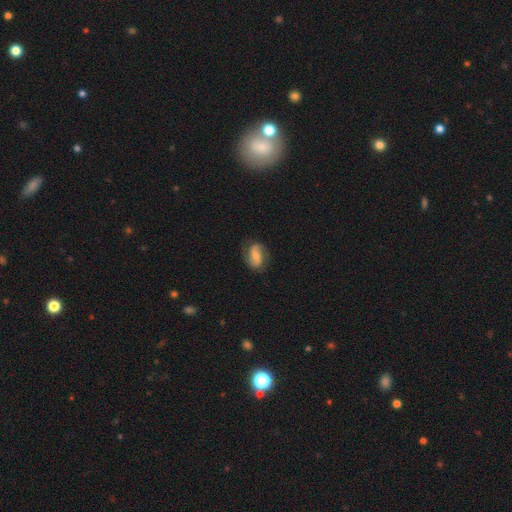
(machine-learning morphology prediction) The model was most divided on "bar" (2-way tie): weak: 37%, no: 37%, strong: 26%. Remaining: edge-on disk — no (96%); spiral arms — yes (90%); spiral arm count — 2 (86%); merging — none (75%); smooth or featured — featured or disk (66%); bulge size — moderate (48%); spiral winding — medium (43%).